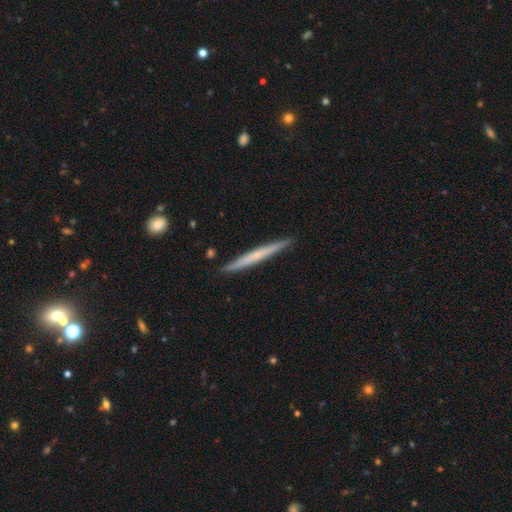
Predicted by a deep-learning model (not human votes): Smooth or featured?
  - featured or disk: 49% *
  - smooth: 46%
  - star or artifact: 5%
Merging?
  - none: 92% *
  - minor disturbance: 6%
  - merger: 1%
  - major disturbance: 1%